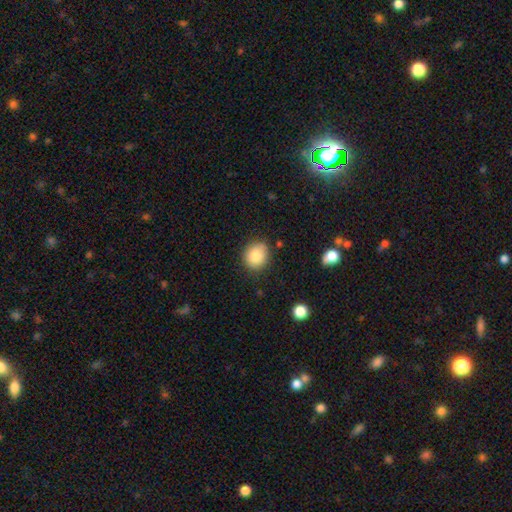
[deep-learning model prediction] Smooth or featured? smooth (84%)
How rounded? round (77%)
Merging? none (83%)